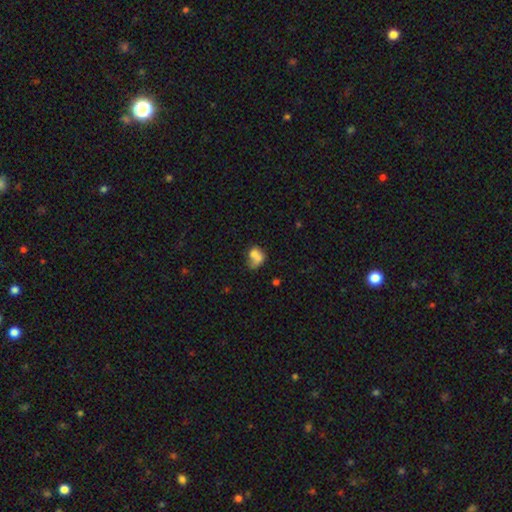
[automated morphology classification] A smooth galaxy with no disk features (67%) that is in between round and cigar-shaped (57%). Merging: merger (60%).